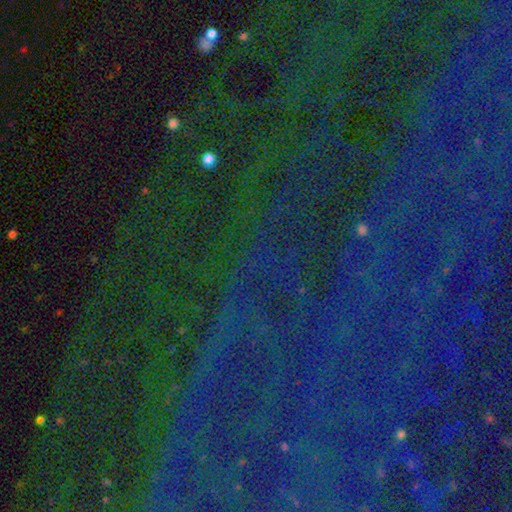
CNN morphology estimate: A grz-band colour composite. It shows a star or artifact, not a galaxy (84%).